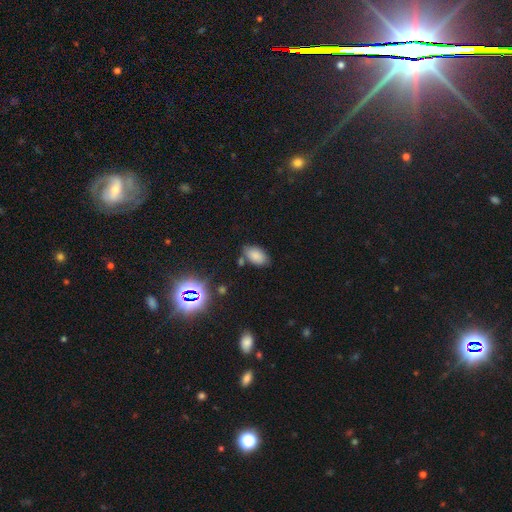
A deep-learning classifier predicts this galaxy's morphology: A smooth galaxy with no disk features (79%) that is in between round and cigar-shaped (93%). Merging: none (73%).